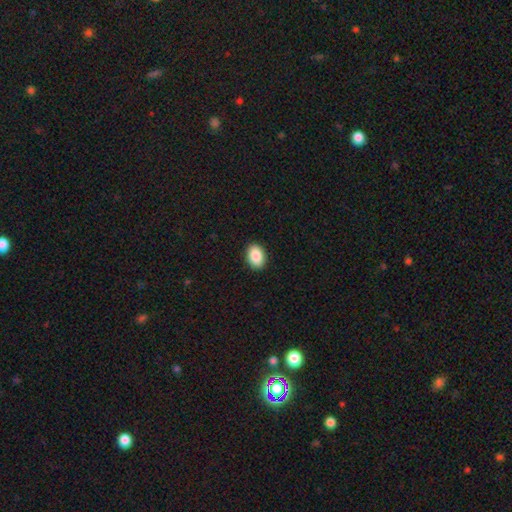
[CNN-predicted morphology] This is clearly a smooth galaxy (89%). How rounded: clearly in between (82%). Merging: clearly none (91%).